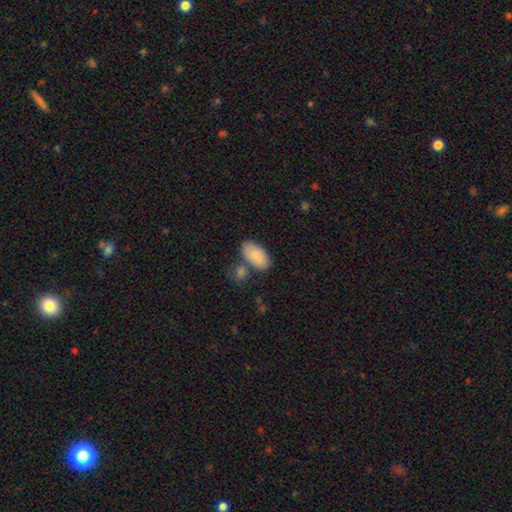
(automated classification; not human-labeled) Morphology: type=smooth (86%); roundness=in between (95%); merging=none (61%).